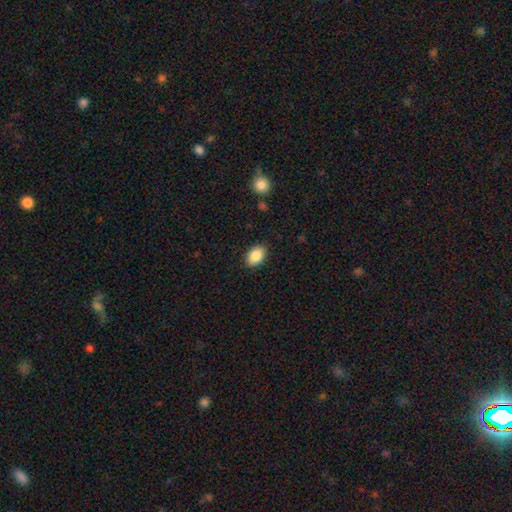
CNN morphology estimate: A smooth galaxy with no disk features (87%) that is in between round and cigar-shaped (88%). Merging: none (87%).